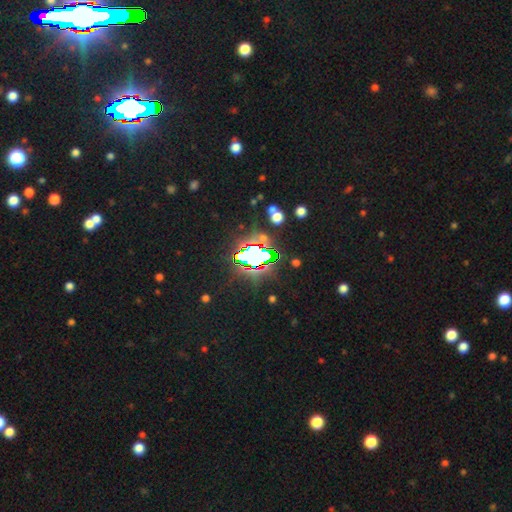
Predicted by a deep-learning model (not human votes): A star or artifact, not a galaxy (74%).